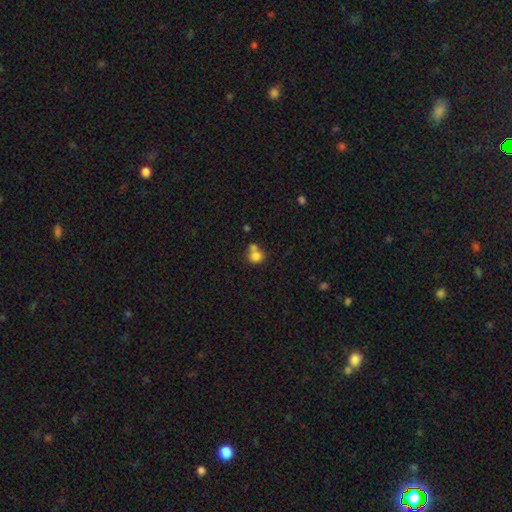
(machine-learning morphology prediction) Smooth or featured? smooth (80%)
How rounded? round (72%)
Merging? merger (45%)